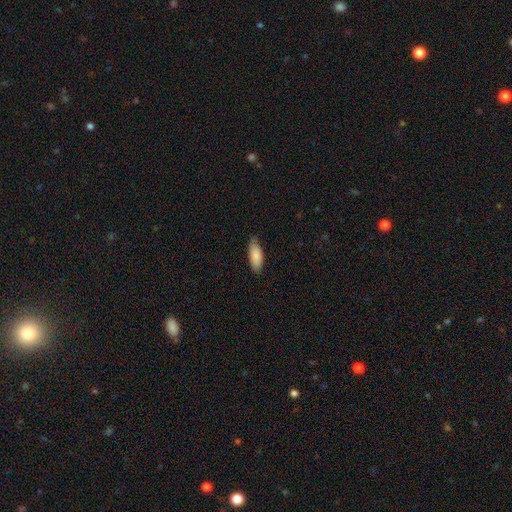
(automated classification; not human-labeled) Smooth or featured? smooth (85%)
How rounded? in between (77%)
Merging? none (78%)